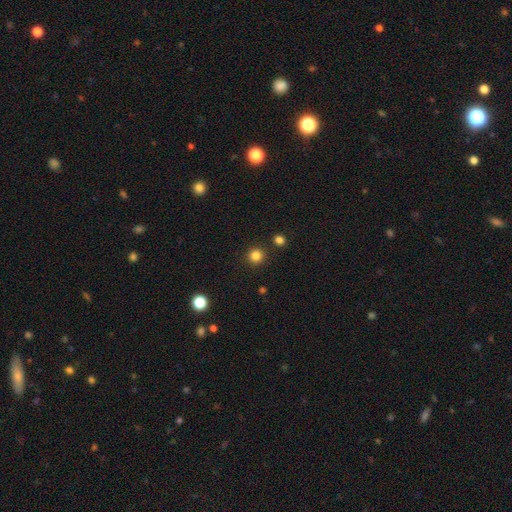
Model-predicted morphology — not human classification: The model was most divided on "smooth or featured": smooth: 83%, star or artifact: 13%, featured or disk: 4%. More confident: how rounded — round (94%); merging — none (90%).